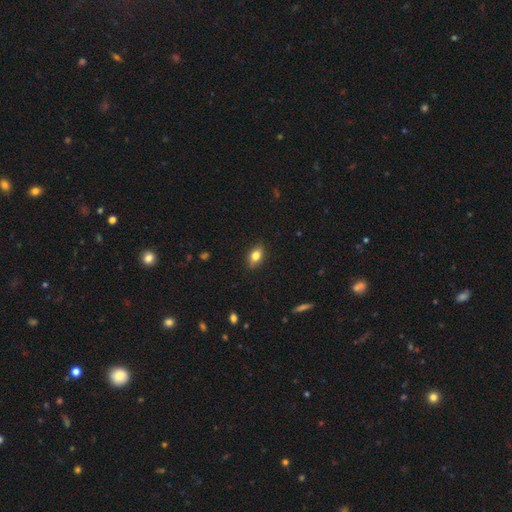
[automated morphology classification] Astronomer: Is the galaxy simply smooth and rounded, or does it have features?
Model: smooth — 77%.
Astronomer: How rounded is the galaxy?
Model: in between — 82%.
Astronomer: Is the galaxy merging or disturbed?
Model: none — 85%.